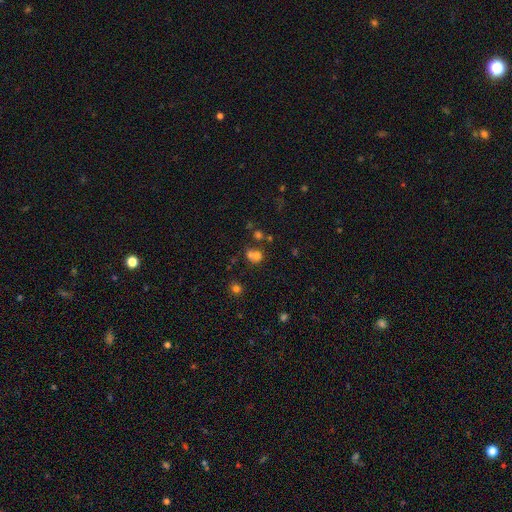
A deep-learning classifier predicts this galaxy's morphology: A smooth galaxy with no disk features (66%) that is round (76%). Merging: merger (48%).